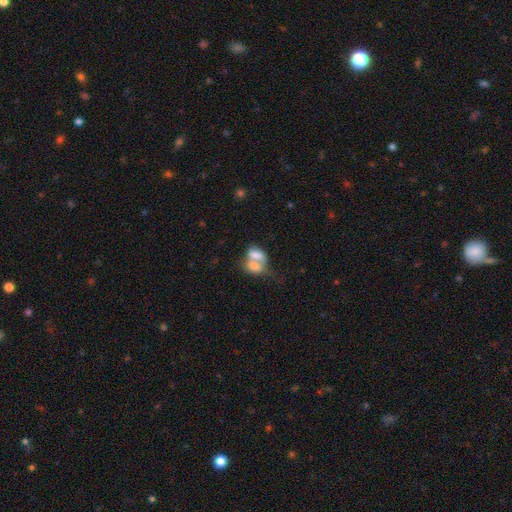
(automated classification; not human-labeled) A smooth galaxy with no disk features (71%) that is in between round and cigar-shaped (78%).

Vote fractions:
- Smooth or featured? smooth: 71% / featured or disk: 20% / star or artifact: 8%
- How rounded? in between: 78% / round: 20% / cigar-shaped: 2%
- Merging? merger: 76% / none: 13% / minor disturbance: 6% / major disturbance: 5%